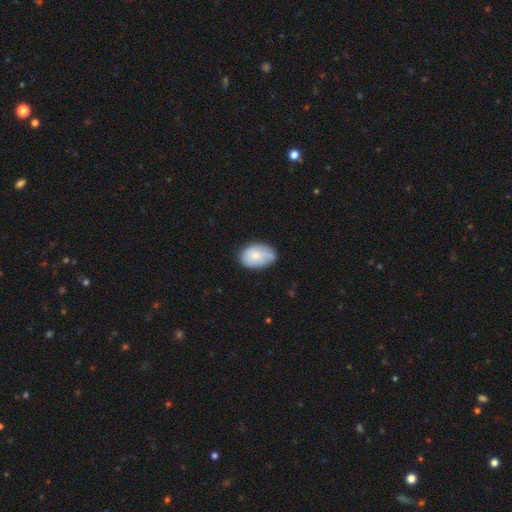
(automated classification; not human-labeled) Overall: smooth (70%). How rounded: in between (84%). Merging: none (63%; minor disturbance 28%).